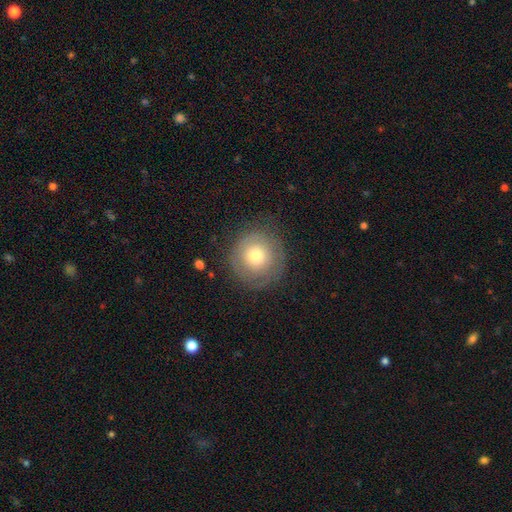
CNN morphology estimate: Smooth or featured?
  - smooth: 59% *
  - featured or disk: 32%
  - star or artifact: 9%
How rounded?
  - round: 93% *
  - in between: 6%
  - cigar-shaped: 1%
Merging?
  - none: 77% *
  - minor disturbance: 15%
  - major disturbance: 7%
  - merger: 1%